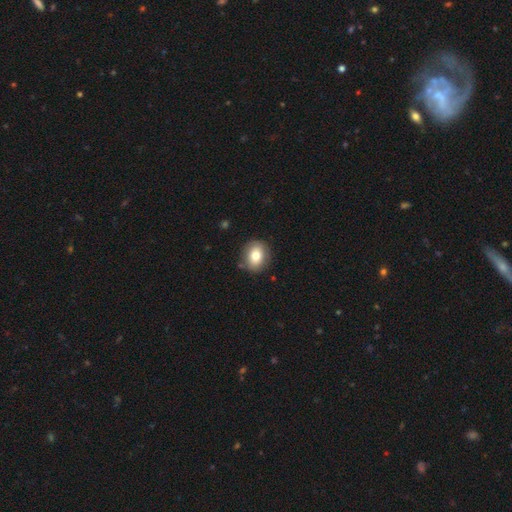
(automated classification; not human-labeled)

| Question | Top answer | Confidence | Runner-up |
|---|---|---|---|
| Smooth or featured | smooth | 77% | featured or disk (14%) |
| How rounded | round | 61% | in between (38%) |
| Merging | none | 85% | minor disturbance (11%) |